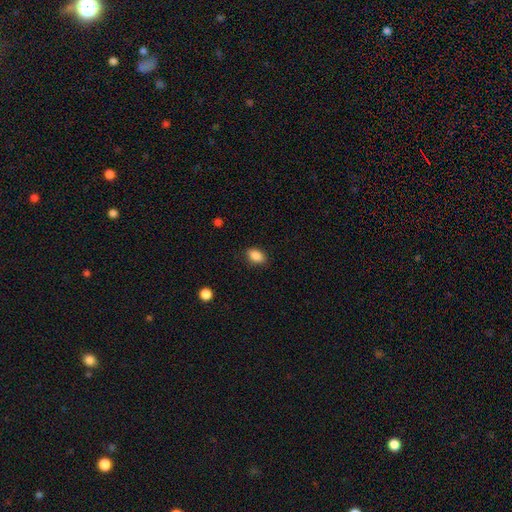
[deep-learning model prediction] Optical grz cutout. It shows a smooth galaxy with no disk features (87%) that is in between round and cigar-shaped (85%). Merging: none (86%).